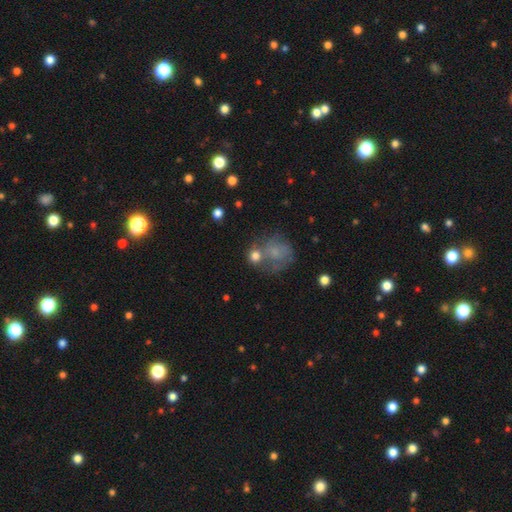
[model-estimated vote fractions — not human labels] This appears to be a smooth galaxy with no disk features (67%) that is round (76%). Merging: none (41%).